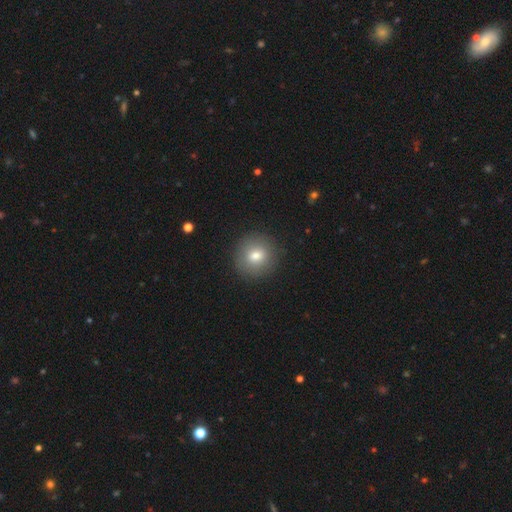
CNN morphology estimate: smooth_or_featured: smooth (p=0.77) [alt: featured or disk p=0.12]
how_rounded: round (p=0.92) [alt: in between p=0.07]
merging: none (p=0.91) [alt: minor disturbance p=0.06]